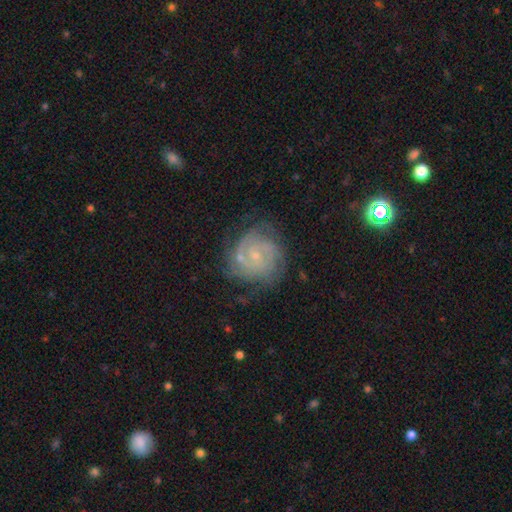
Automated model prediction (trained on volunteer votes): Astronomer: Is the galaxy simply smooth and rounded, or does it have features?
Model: featured or disk — 79%.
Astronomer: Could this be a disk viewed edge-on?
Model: no — 98%.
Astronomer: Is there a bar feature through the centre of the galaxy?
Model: no — 60%.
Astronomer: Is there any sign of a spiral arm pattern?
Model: yes — 95%.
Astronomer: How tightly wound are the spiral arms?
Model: tight — 67%.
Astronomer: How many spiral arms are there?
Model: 2 — 35% (runner-up: can't tell, 28%).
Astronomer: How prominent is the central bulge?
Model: small — 76%.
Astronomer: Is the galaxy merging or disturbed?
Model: none — 72%.